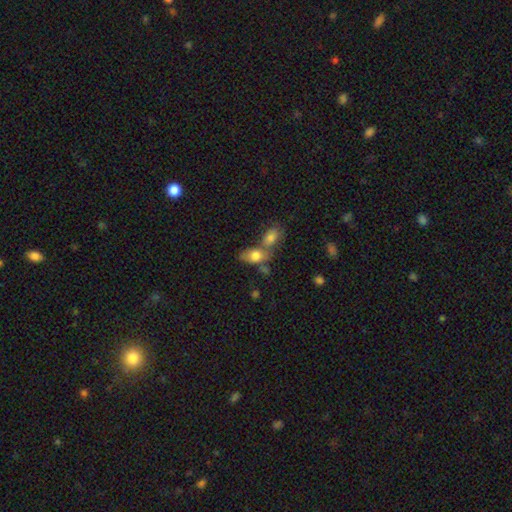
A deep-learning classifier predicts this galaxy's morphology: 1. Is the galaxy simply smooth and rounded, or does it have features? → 77% smooth, 14% featured or disk, 8% star or artifact.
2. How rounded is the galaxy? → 83% in between, 14% round, 3% cigar-shaped.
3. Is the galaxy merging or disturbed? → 57% merger, 28% none, 10% minor disturbance, 5% major disturbance.